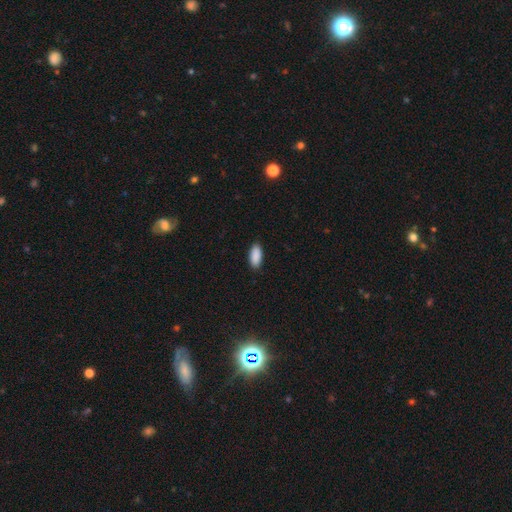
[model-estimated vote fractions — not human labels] Morphology: type=smooth (91%); roundness=in between (88%); merging=none (89%).